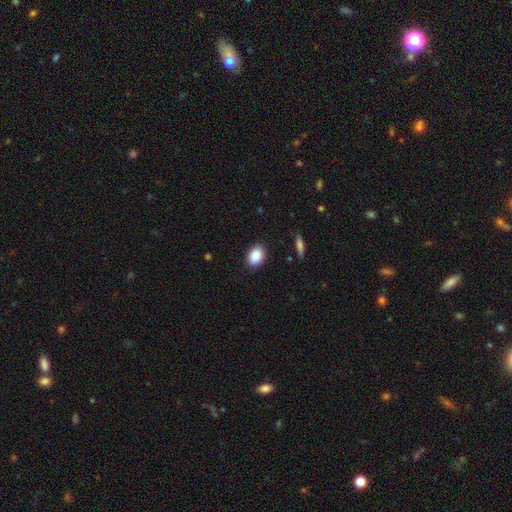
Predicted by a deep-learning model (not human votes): smooth_or_featured: smooth (p=0.89) [alt: star or artifact p=0.07]
how_rounded: in between (p=0.76) [alt: round p=0.22]
merging: none (p=0.87) [alt: minor disturbance p=0.09]